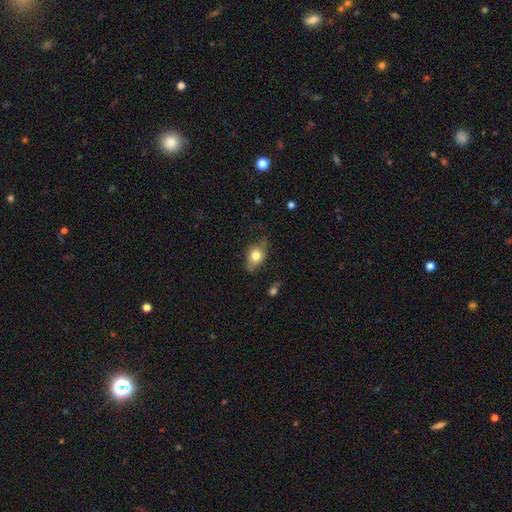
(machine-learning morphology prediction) smooth 74%, featured or disk 18%, star or artifact 8%. Down the decision tree: how rounded — in between (76%); merging — none (59%).